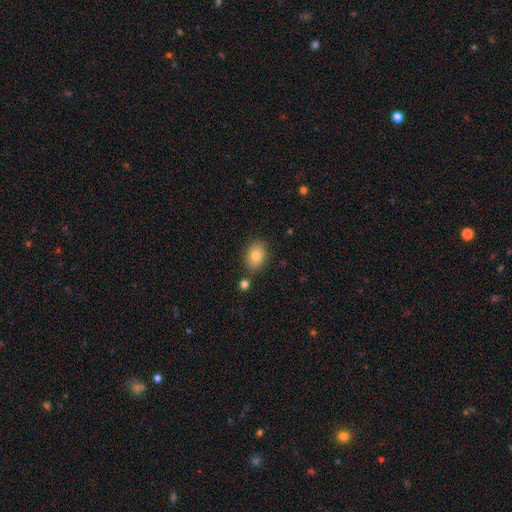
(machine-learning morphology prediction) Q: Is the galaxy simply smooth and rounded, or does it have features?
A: smooth — 81%.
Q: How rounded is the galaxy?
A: in between — 78%.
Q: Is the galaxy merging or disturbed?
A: none — 80%.